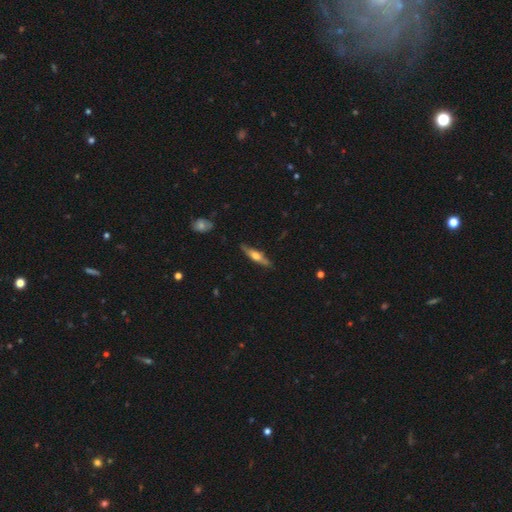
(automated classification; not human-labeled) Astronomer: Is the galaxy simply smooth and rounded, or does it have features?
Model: featured or disk — 60%.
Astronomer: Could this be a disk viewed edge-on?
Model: yes — 94%.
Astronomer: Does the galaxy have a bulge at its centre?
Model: rounded — 85%.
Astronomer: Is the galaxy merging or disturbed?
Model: none — 85%.